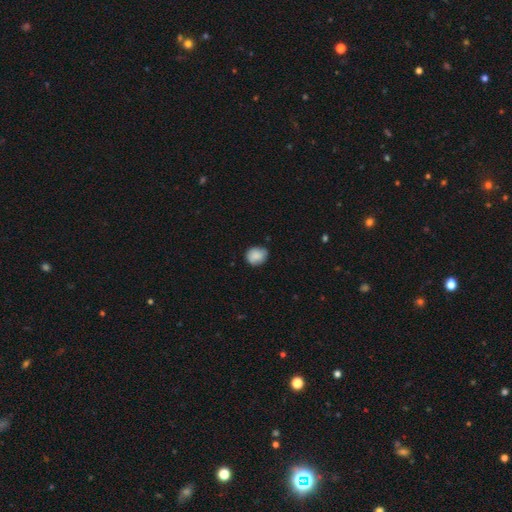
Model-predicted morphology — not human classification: smooth_or_featured: smooth (p=0.84) [alt: featured or disk p=0.08]
how_rounded: round (p=0.71) [alt: in between p=0.28]
merging: none (p=0.71) [alt: minor disturbance p=0.24]